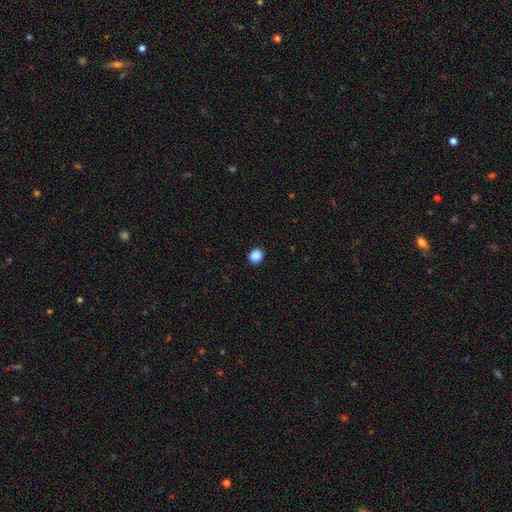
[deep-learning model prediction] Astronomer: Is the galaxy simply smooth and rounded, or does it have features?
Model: smooth — 88%.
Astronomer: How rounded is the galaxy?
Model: round — 80%.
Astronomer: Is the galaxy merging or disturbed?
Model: none — 92%.